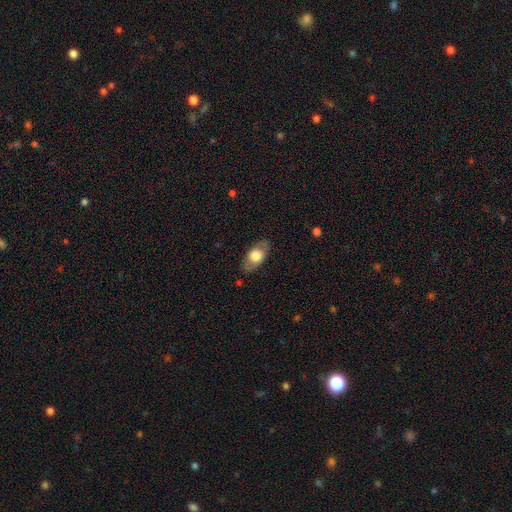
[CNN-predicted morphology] A smooth galaxy with no disk features (62%) that is in between round and cigar-shaped (88%). Merging: none (82%).